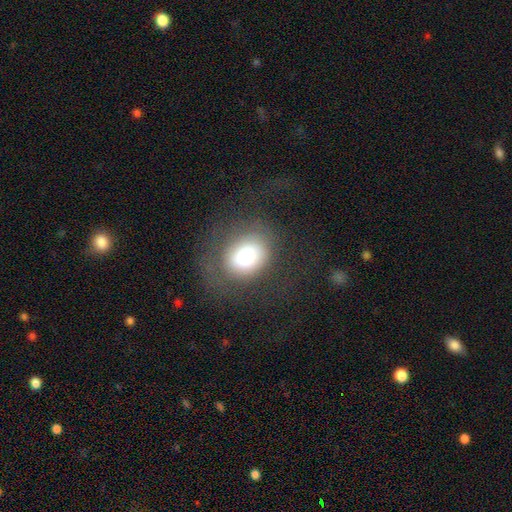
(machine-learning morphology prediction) smooth-or-featured: smooth: 72% | featured or disk: 17% | star or artifact: 11%
  how-rounded: in between: 50% | round: 49% | cigar-shaped: 1%
  merging: none: 61% | minor disturbance: 19% | major disturbance: 19% | merger: 1%